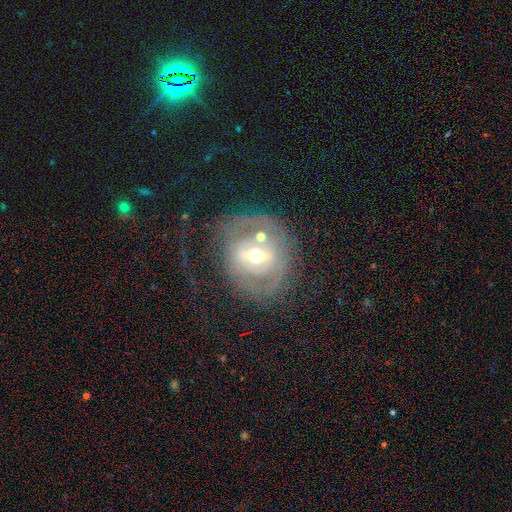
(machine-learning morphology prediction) smooth_or_featured: featured or disk (p=0.70) [alt: smooth p=0.21]
disk_edge_on: no (p=0.94) [alt: yes p=0.06]
bar: weak (p=0.41) [alt: strong p=0.31]
has_spiral_arms: yes (p=0.55) [alt: no p=0.45]
bulge_size: moderate (p=0.68) [alt: small p=0.22]
merging: none (p=0.48) [alt: major disturbance p=0.23]